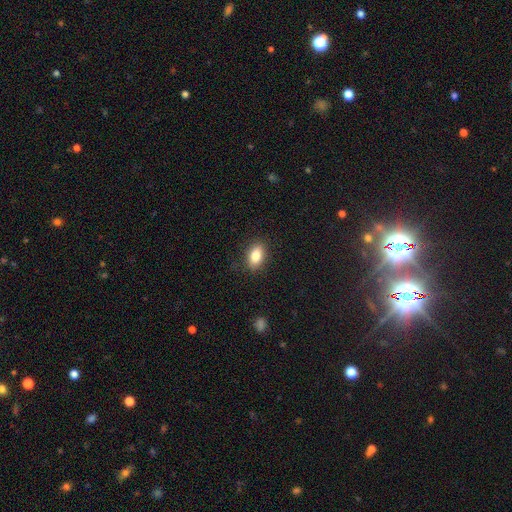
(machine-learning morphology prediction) Smooth or featured? Predicted: smooth (p=0.84). How rounded? Predicted: in between (p=0.88). Merging? Predicted: none (p=0.86).